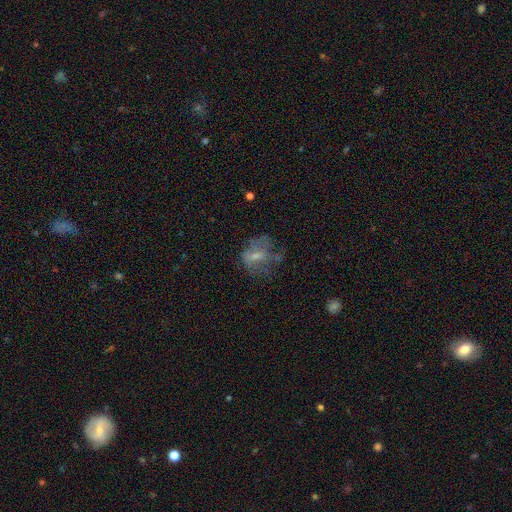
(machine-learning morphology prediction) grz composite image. It shows a featured or disk galaxy (43%). Merging: none (41%).